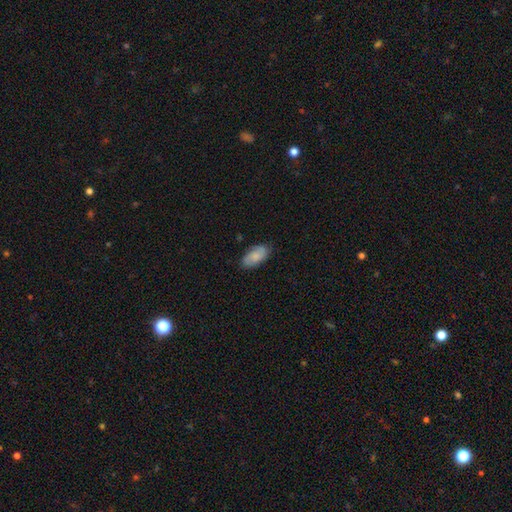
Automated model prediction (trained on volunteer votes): Overall: smooth (60%; featured or disk 33%). How rounded: in between (93%). Merging: none (80%).